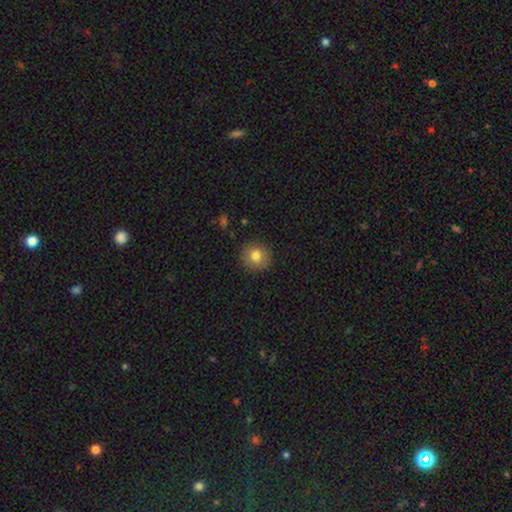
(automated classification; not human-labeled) A smooth galaxy with no disk features (80%) that is round (88%).

Vote fractions:
- Smooth or featured? smooth: 80% / featured or disk: 10% / star or artifact: 10%
- How rounded? round: 88% / in between: 11% / cigar-shaped: 1%
- Merging? none: 89% / minor disturbance: 8% / major disturbance: 2% / merger: 1%